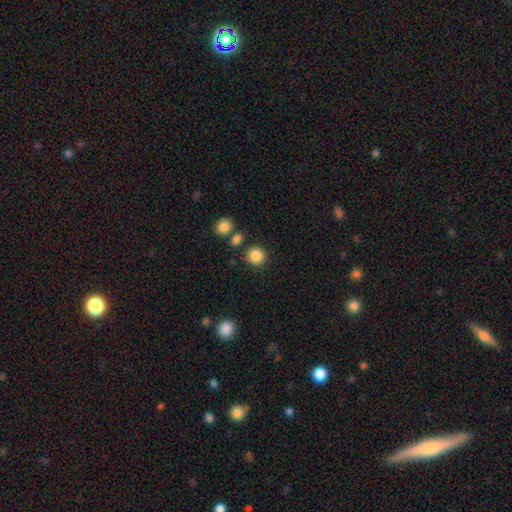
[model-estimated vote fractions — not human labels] This is clearly a smooth galaxy (86%). How rounded: clearly round (90%). Merging: clearly none (81%).